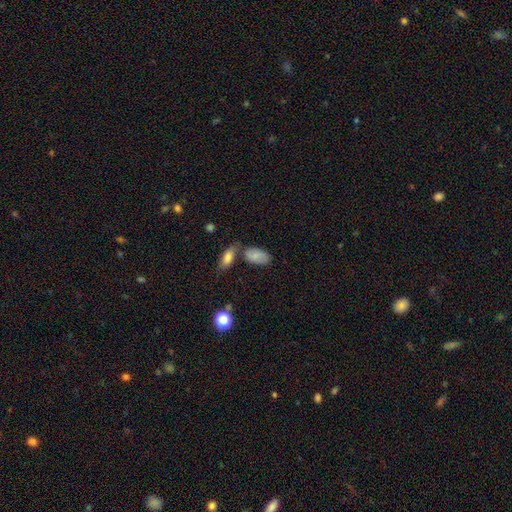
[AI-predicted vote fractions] The model was most divided on "merging": none: 55%, merger: 22%, minor disturbance: 18%, major disturbance: 6%. More confident: how rounded — in between (93%); smooth or featured — smooth (77%).